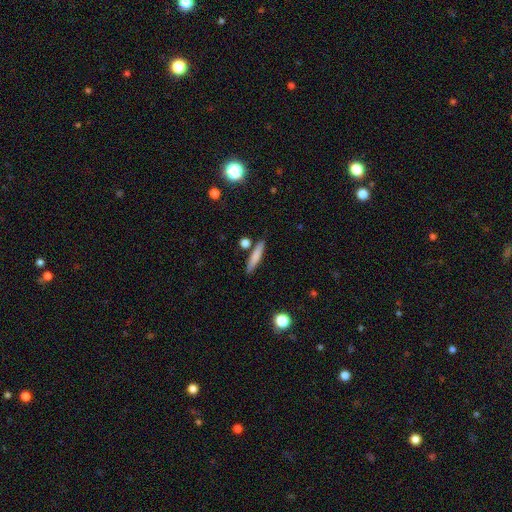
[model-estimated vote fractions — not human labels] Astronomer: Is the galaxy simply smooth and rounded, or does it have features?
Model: smooth — 77%.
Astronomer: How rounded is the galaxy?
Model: cigar-shaped — 88%.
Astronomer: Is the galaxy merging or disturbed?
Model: none — 83%.